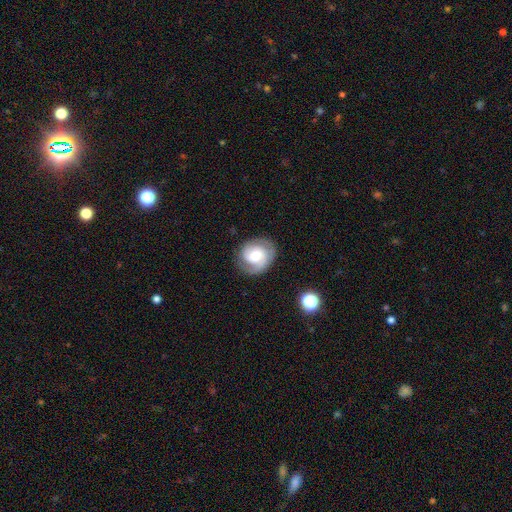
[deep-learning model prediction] Overall: featured or disk (68%). Edge-on disk: no (98%). Bar: no (54%; weak 38%). Spiral arms: yes (91%). Spiral arm count: 2 (60%). Spiral winding: tight (51%; medium 37%). Bulge size: moderate (57%; large 20%). Merging: none (76%).